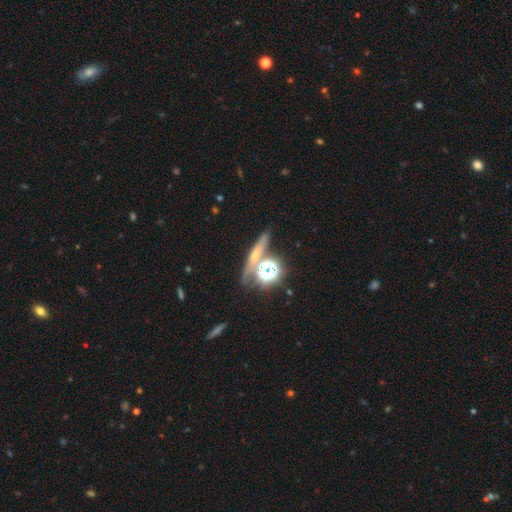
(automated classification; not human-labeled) This is marginally a smooth galaxy (36%). Merging: likely none (70%).